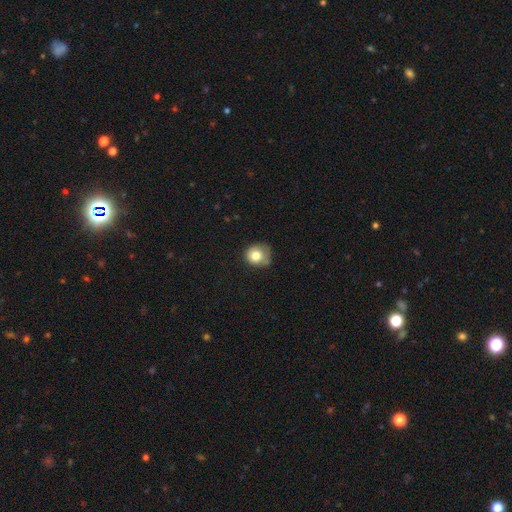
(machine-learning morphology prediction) smooth_or_featured: smooth (p=0.78) [alt: featured or disk p=0.12]
how_rounded: round (p=0.83) [alt: in between p=0.16]
merging: none (p=0.53) [alt: minor disturbance p=0.33]